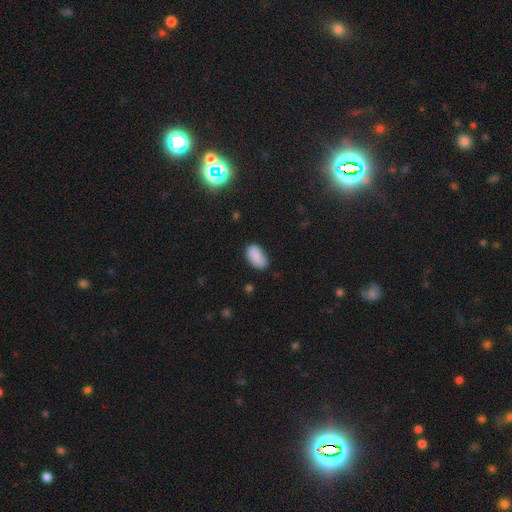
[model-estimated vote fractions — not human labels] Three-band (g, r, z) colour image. It shows a smooth galaxy with no disk features (85%) that is in between round and cigar-shaped (93%). Merging: none (66%).